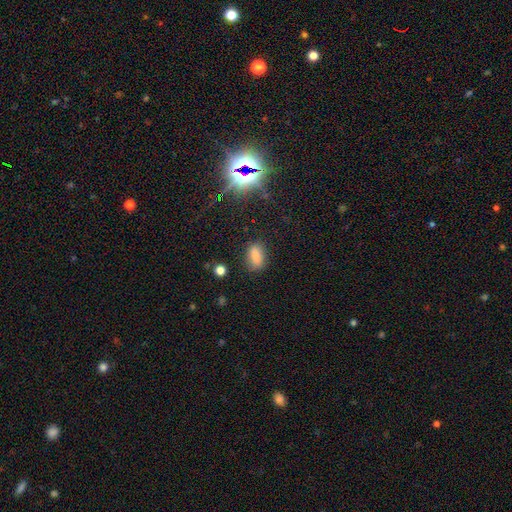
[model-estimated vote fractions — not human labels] Smooth or featured?
  - smooth: 81% *
  - star or artifact: 12%
  - featured or disk: 7%
How rounded?
  - in between: 85% *
  - round: 9%
  - cigar-shaped: 6%
Merging?
  - none: 80% *
  - minor disturbance: 14%
  - major disturbance: 4%
  - merger: 2%